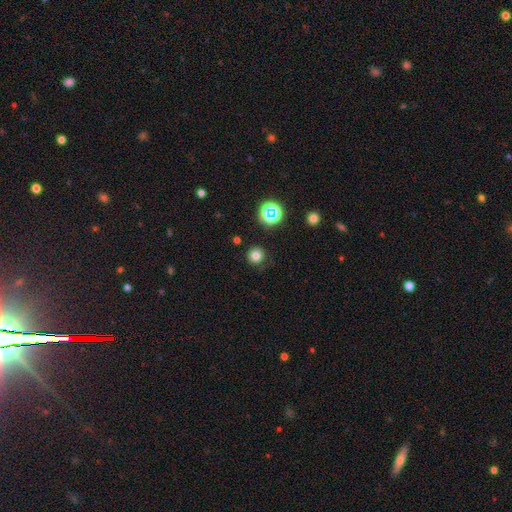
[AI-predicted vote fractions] Morphology: type=smooth (74%); roundness=round (94%); merging=none (85%).